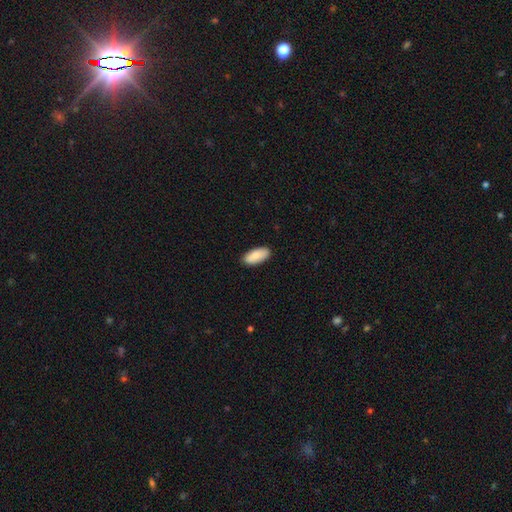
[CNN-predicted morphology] A smooth galaxy with no disk features (89%) that is in between round and cigar-shaped (88%). Merging: none (89%).